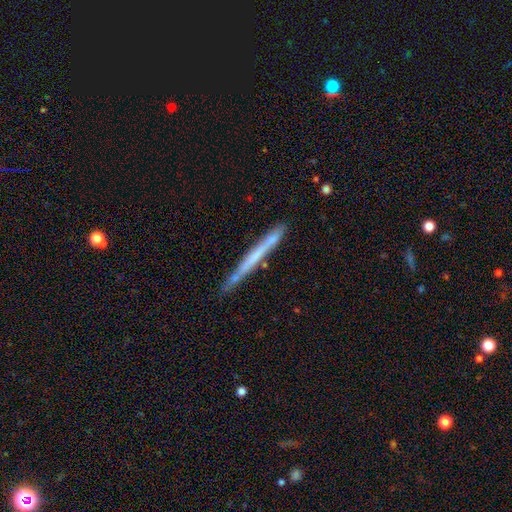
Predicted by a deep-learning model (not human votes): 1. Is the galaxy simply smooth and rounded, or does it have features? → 48% featured or disk, 46% smooth, 7% star or artifact.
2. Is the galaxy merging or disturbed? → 80% none, 15% minor disturbance, 3% merger, 3% major disturbance.